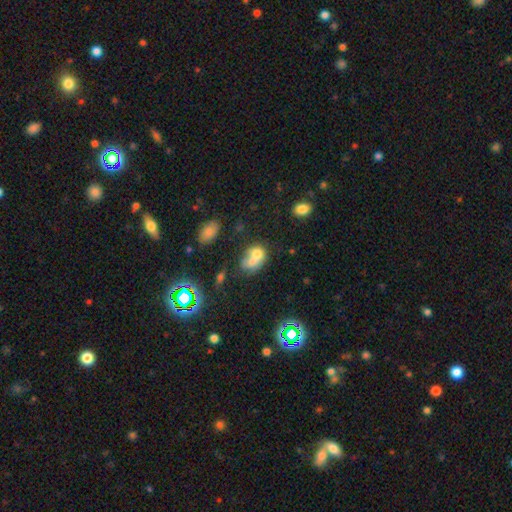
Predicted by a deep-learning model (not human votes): This is likely a smooth galaxy (65%). How rounded: likely in between (64%). Merging: possibly merger (57%).